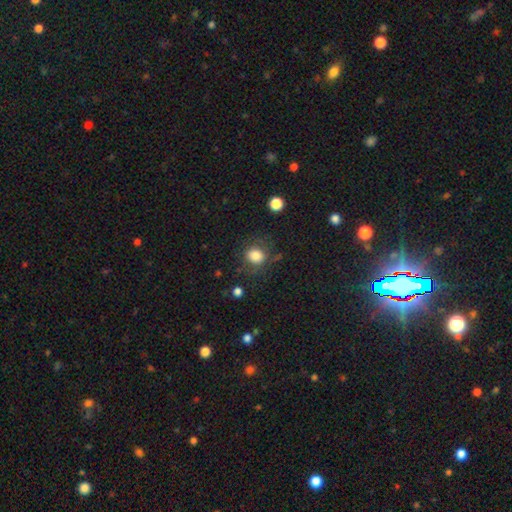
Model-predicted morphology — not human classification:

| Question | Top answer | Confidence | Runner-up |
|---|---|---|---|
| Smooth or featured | smooth | 81% | star or artifact (11%) |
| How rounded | round | 77% | in between (23%) |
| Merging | none | 71% | minor disturbance (17%) |